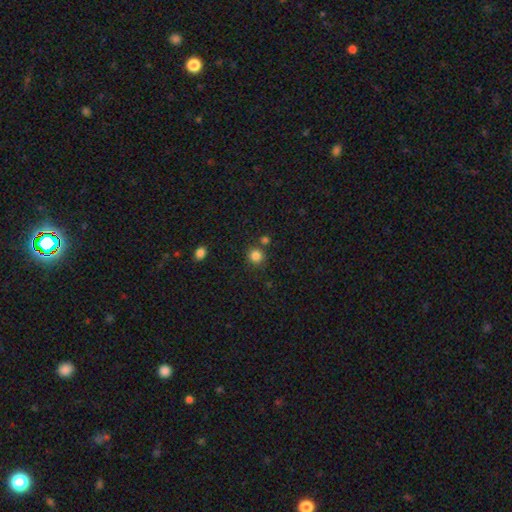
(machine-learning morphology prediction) This appears to be a smooth galaxy with no disk features (84%) that is round (90%). Merging: none (78%).